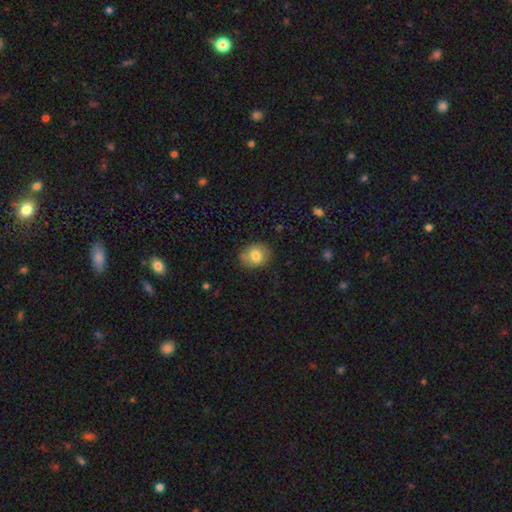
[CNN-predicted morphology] A smooth galaxy with no disk features (77%) that is round (55%). Merging: none (77%).